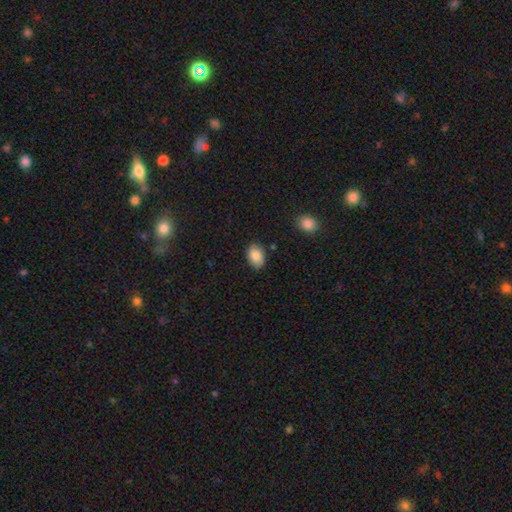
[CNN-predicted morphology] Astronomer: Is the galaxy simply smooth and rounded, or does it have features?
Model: smooth — 87%.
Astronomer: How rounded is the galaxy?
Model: in between — 84%.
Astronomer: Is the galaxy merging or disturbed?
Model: none — 83%.